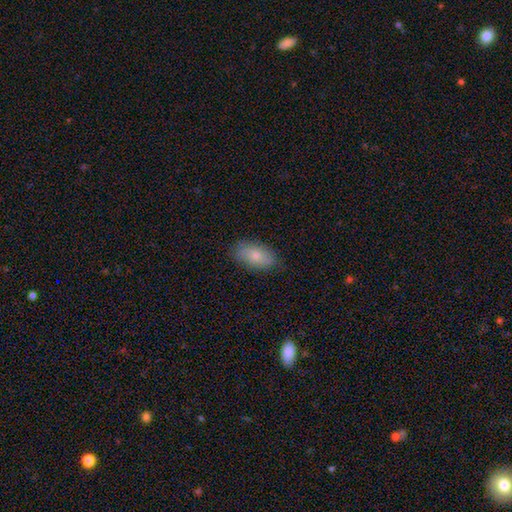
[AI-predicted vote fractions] smooth_or_featured: smooth (p=0.77) [alt: featured or disk p=0.17]
how_rounded: in between (p=0.92) [alt: round p=0.04]
merging: none (p=0.81) [alt: minor disturbance p=0.15]